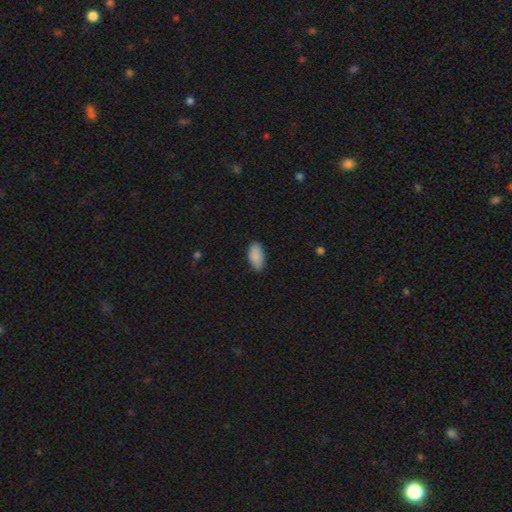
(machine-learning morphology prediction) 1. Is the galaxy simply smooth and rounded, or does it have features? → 89% smooth, 7% star or artifact, 4% featured or disk.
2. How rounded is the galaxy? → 94% in between, 4% cigar-shaped, 2% round.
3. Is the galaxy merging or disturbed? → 77% none, 19% minor disturbance, 3% major disturbance, 1% merger.